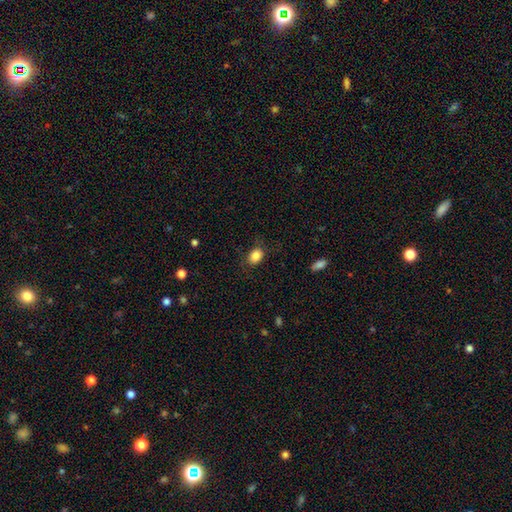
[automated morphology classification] type=smooth (86%); roundness=in between (68%); merging=none (79%).